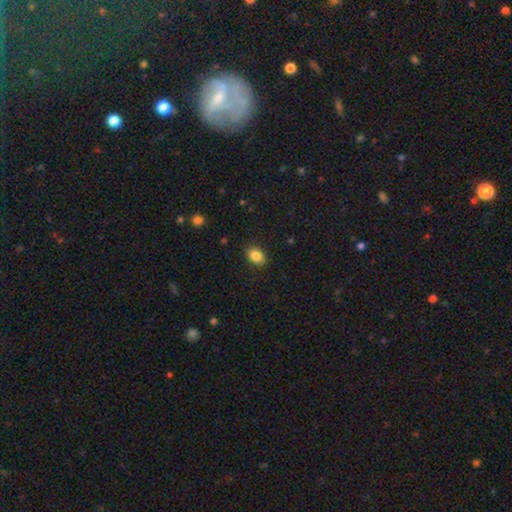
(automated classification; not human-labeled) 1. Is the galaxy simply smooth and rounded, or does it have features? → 86% smooth, 9% star or artifact, 5% featured or disk.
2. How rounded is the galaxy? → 83% in between, 16% round, 1% cigar-shaped.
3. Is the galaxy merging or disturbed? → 87% none, 9% minor disturbance, 2% major disturbance, 1% merger.